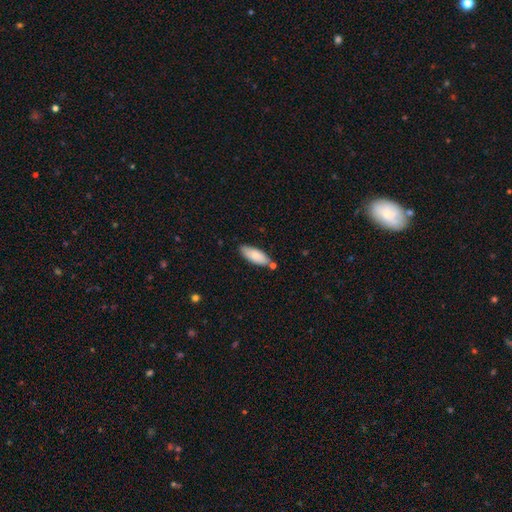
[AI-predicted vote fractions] Smooth or featured? smooth (85%)
How rounded? in between (74%)
Merging? none (71%)